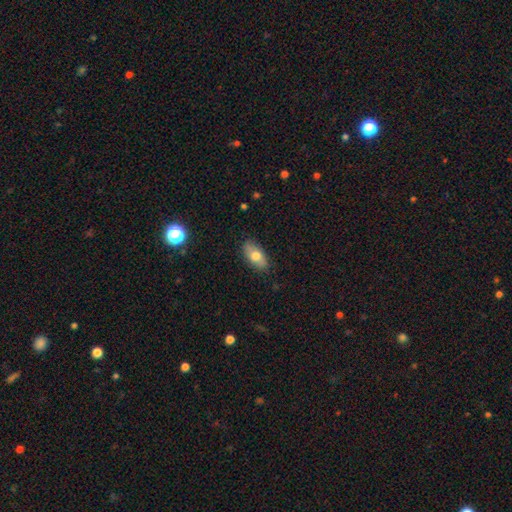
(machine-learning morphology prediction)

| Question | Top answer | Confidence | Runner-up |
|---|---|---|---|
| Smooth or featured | smooth | 72% | featured or disk (21%) |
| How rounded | in between | 91% | round (4%) |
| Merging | none | 85% | minor disturbance (12%) |